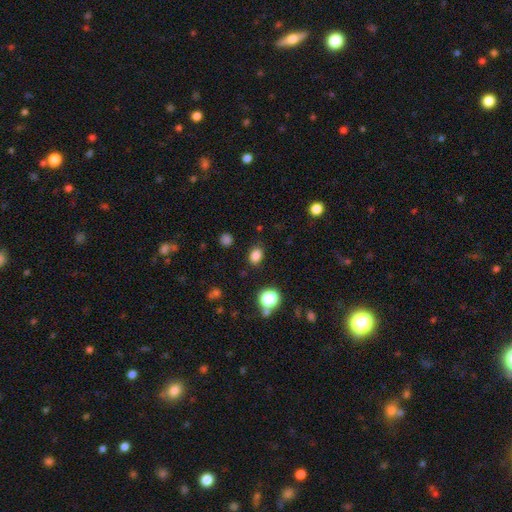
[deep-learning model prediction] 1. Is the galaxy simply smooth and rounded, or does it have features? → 82% smooth, 14% star or artifact, 4% featured or disk.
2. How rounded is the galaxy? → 65% in between, 34% round, 1% cigar-shaped.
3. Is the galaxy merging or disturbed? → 83% none, 11% minor disturbance, 3% major disturbance, 2% merger.